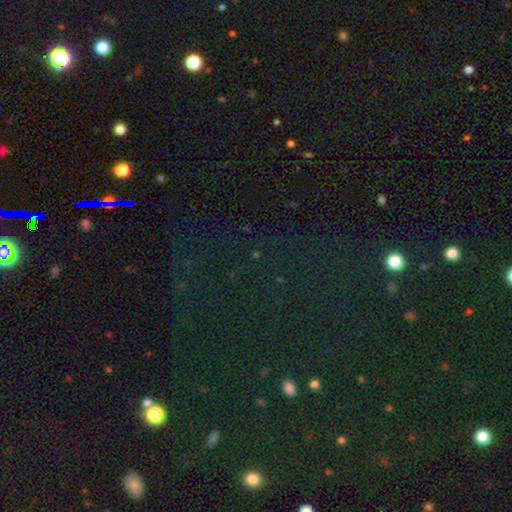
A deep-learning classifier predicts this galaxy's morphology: This appears to be a star or artifact, not a galaxy (77%).